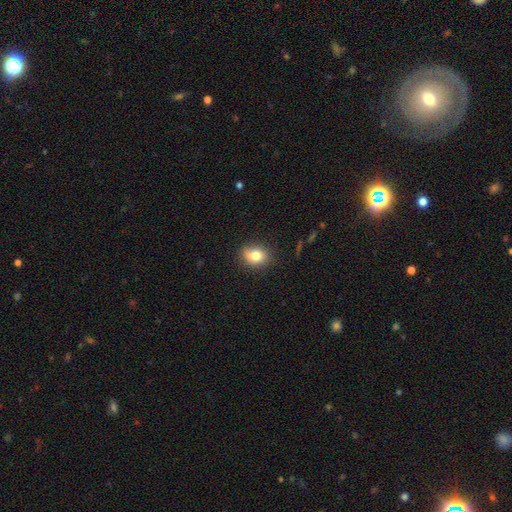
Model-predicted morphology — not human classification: smooth-or-featured: smooth: 78% | featured or disk: 12% | star or artifact: 10%
  how-rounded: round: 54% | in between: 45% | cigar-shaped: 1%
  merging: none: 73% | minor disturbance: 20% | major disturbance: 4% | merger: 2%